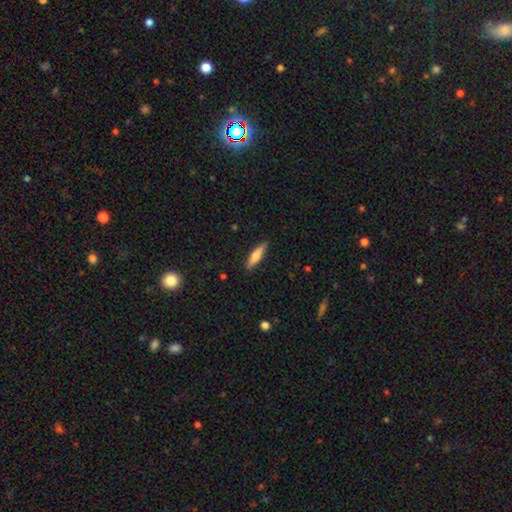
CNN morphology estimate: type=smooth (62%); roundness=cigar-shaped (77%); merging=none (88%).